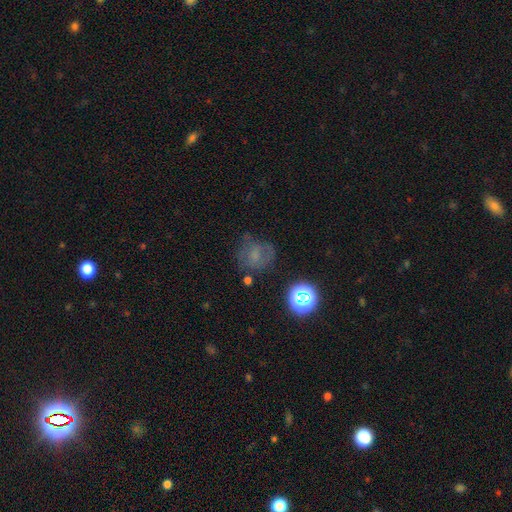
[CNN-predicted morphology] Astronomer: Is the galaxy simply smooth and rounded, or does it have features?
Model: smooth — 49% (runner-up: featured or disk, 29%).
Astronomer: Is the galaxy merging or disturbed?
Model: none — 56%.